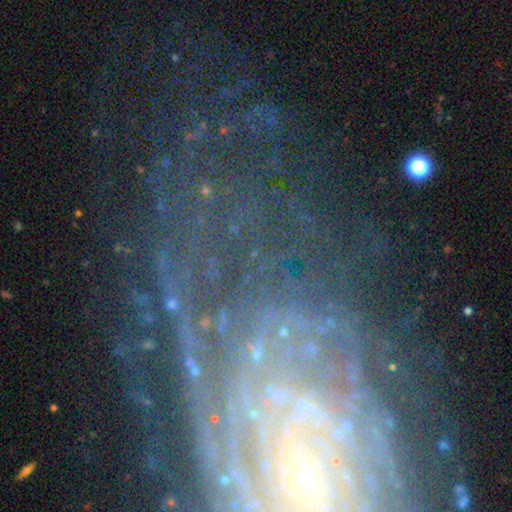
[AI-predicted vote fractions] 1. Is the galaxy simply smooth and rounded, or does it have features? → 78% featured or disk, 14% star or artifact, 8% smooth.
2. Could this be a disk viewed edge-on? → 96% no, 4% yes.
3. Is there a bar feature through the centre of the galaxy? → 61% no, 26% weak, 13% strong.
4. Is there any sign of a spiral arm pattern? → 90% yes, 10% no.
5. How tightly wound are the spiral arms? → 67% tight, 23% medium, 10% loose.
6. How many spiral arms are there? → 37% can't tell, 15% more than 4, 15% 2, 12% 4, 12% 3, 9% 1.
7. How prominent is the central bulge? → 77% small, 12% moderate, 8% none, 2% large, 1% dominant.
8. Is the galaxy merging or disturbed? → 62% none, 19% major disturbance, 16% minor disturbance, 3% merger.